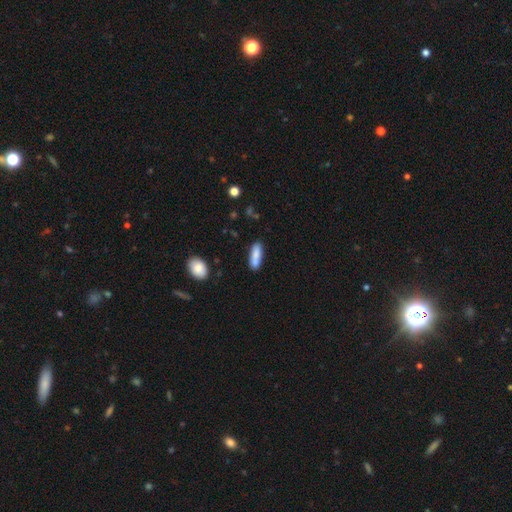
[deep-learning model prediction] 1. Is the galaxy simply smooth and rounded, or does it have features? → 81% smooth, 12% featured or disk, 7% star or artifact.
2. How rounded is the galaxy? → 51% cigar-shaped, 47% in between, 2% round.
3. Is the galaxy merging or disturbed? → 68% none, 15% minor disturbance, 13% merger, 3% major disturbance.